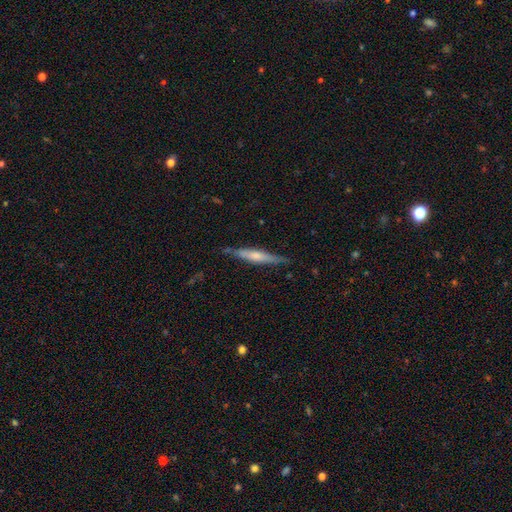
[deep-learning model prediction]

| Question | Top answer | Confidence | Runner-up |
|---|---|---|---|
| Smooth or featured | featured or disk | 52% | smooth (42%) |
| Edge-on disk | yes | 93% | no (7%) |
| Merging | none | 79% | minor disturbance (16%) |